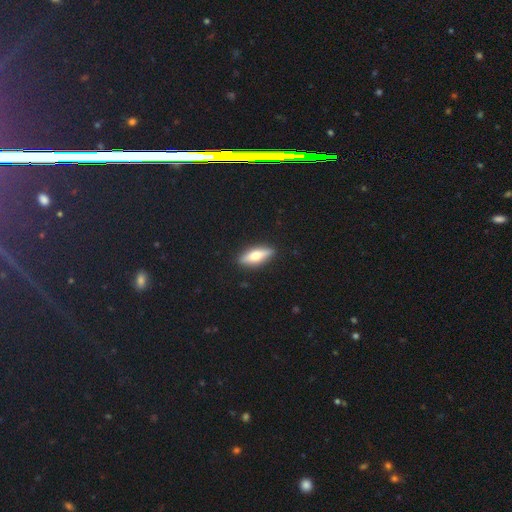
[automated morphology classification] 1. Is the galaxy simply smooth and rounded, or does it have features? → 55% smooth, 39% featured or disk, 6% star or artifact.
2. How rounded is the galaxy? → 58% in between, 39% cigar-shaped, 3% round.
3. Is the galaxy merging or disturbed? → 89% none, 8% minor disturbance, 2% major disturbance, 1% merger.